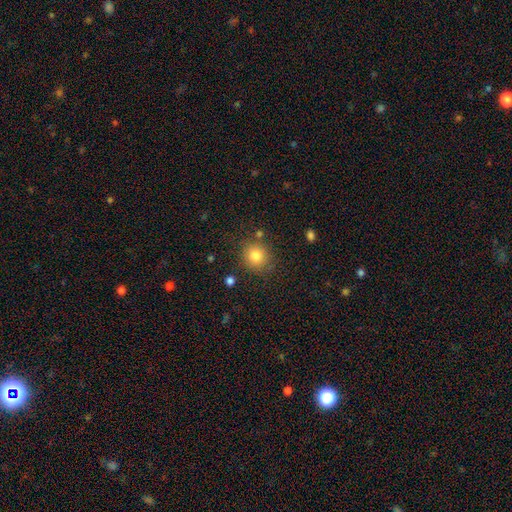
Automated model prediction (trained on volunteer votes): smooth_or_featured: smooth (p=0.82) [alt: star or artifact p=0.11]
how_rounded: round (p=0.86) [alt: in between p=0.13]
merging: none (p=0.81) [alt: minor disturbance p=0.10]